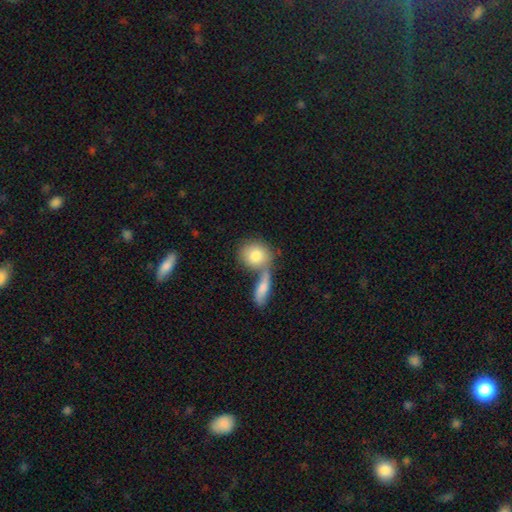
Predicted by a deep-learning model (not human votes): smooth 81%, featured or disk 13%, star or artifact 6%. Down the decision tree: how rounded — round (67%); merging — merger (46%).